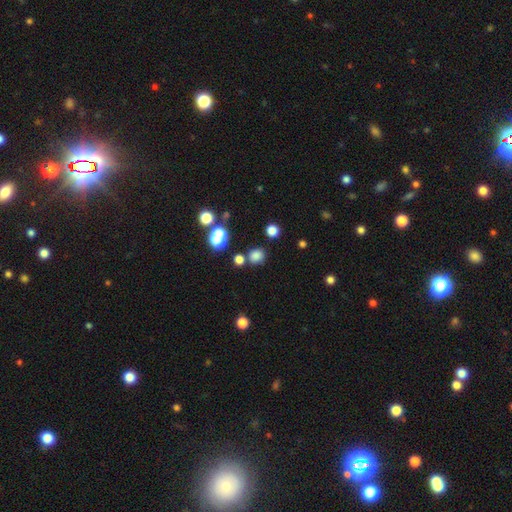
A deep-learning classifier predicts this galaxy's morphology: A smooth galaxy with no disk features (76%) that is round (78%).

Vote fractions:
- Smooth or featured? smooth: 76% / star or artifact: 19% / featured or disk: 5%
- How rounded? round: 78% / in between: 21% / cigar-shaped: 1%
- Merging? none: 77% / minor disturbance: 11% / merger: 9% / major disturbance: 4%